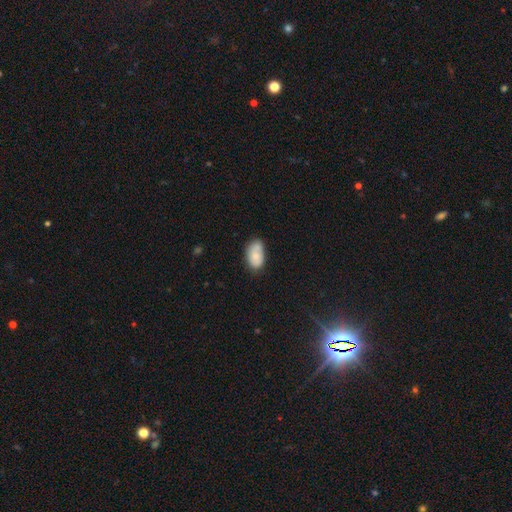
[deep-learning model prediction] smooth 73%, featured or disk 20%, star or artifact 7%. Down the decision tree: how rounded — in between (92%); merging — none (57%).